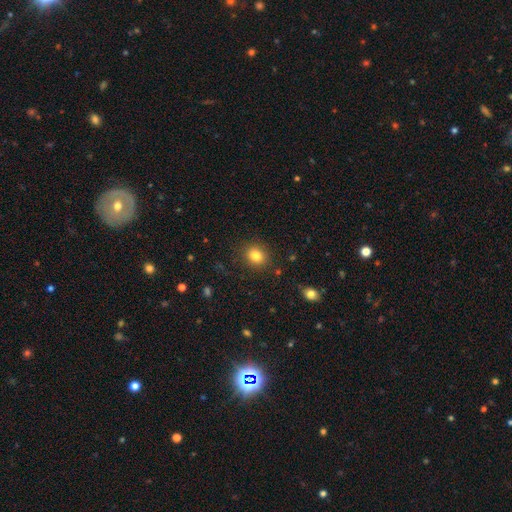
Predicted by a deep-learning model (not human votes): A smooth galaxy with no disk features (82%) that is round (74%). Merging: none (88%).